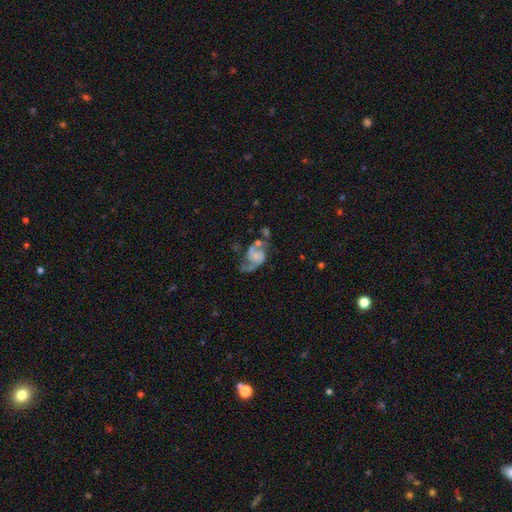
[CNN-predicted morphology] A featured or disk galaxy (78%) with no bar (65%), 2 (87%) loose (48%) spiral arms (91%) and no central bulge (47%). Merging: none (38%).